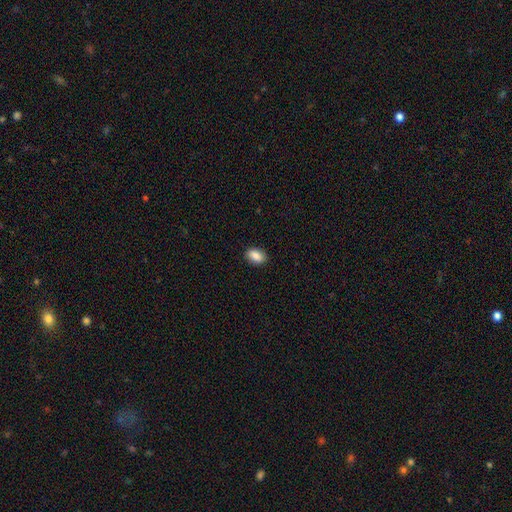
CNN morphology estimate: Q: Smooth or featured?
A: smooth (88%); runner-up: star or artifact (7%)
Q: How rounded?
A: in between (85%); runner-up: round (13%)
Q: Merging?
A: none (88%); runner-up: minor disturbance (9%)